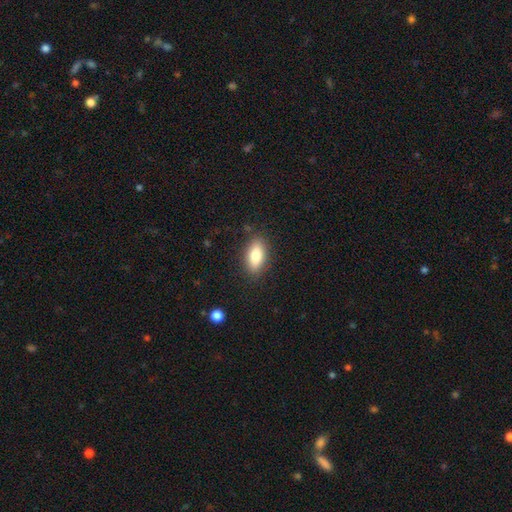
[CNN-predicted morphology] Smooth or featured? Predicted: smooth (p=0.82). How rounded? Predicted: in between (p=0.85). Merging? Predicted: none (p=0.85).